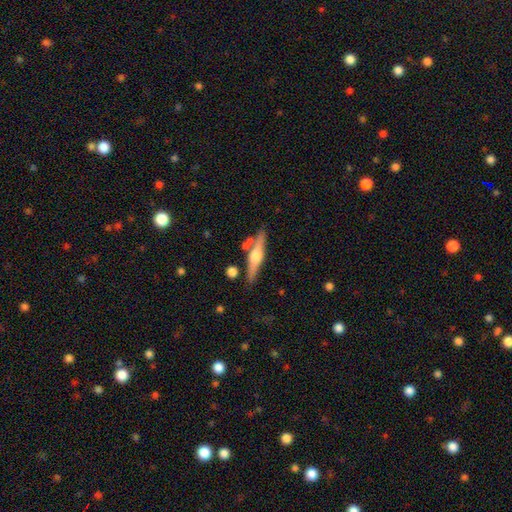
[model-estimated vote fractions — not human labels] Morphology: type=featured or disk (69%); edge-on=yes (97%); edge-on bulge=rounded (93%); merging=none (79%).